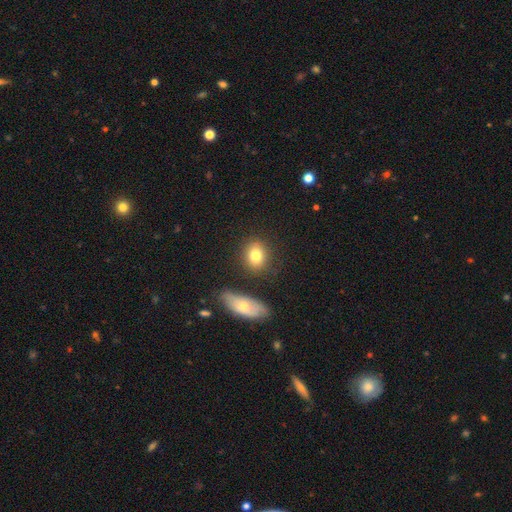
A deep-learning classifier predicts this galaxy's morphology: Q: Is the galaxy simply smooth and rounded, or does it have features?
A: smooth — 80%.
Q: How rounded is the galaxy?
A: round — 51%.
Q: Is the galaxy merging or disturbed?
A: none — 77%.